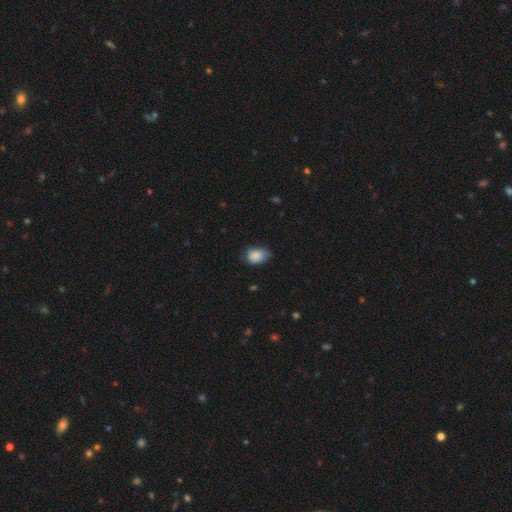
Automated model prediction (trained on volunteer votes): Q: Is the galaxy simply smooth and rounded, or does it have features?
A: smooth — 86%.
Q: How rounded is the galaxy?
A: in between — 65%.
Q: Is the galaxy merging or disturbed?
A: none — 57%.